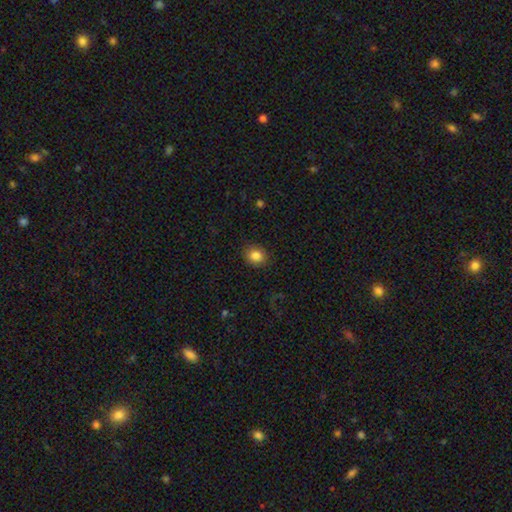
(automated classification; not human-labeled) Morphology: type=smooth (85%); roundness=round (70%); merging=none (89%).